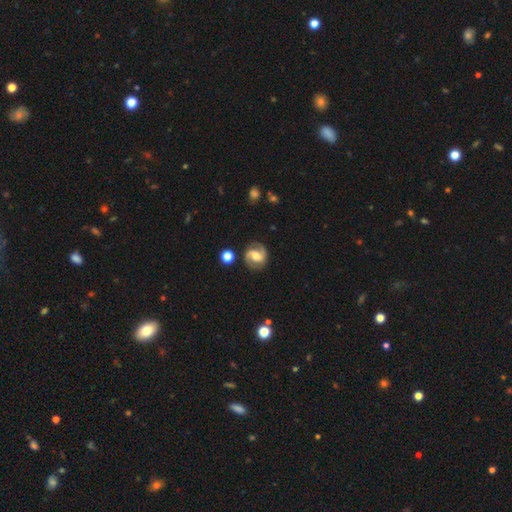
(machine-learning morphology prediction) Smooth or featured: featured or disk — 82% (smooth — 12%)
Edge-on disk: no — 98% (yes — 2%)
Bar: weak — 46% (no — 29%)
Spiral arms: yes — 96% (no — 4%)
Spiral winding: medium — 53% (tight — 25%)
Spiral arm count: 2 — 92% (can't tell — 3%)
Bulge size: moderate — 63% (small — 21%)
Merging: none — 83% (minor disturbance — 11%)